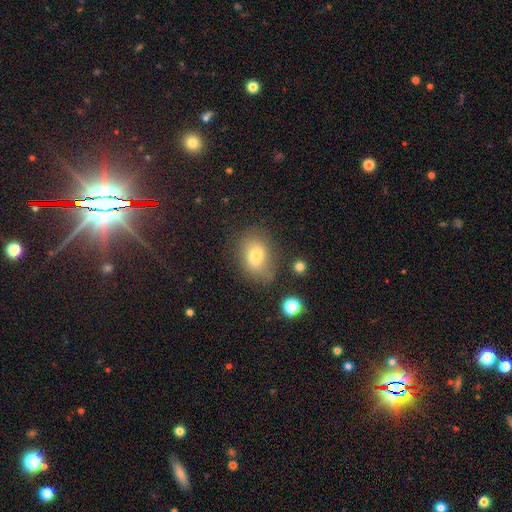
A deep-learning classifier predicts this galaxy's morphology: This is likely a smooth galaxy (75%). How rounded: likely in between (72%). Merging: likely none (67%).